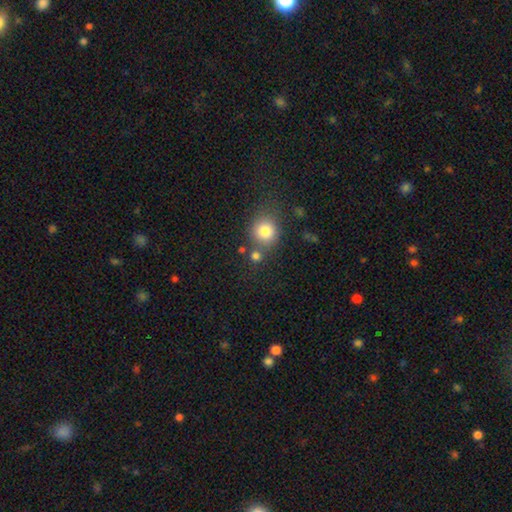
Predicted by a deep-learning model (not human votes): The model was most divided on "merging": none: 66%, merger: 20%, minor disturbance: 9%, major disturbance: 4%. More confident: how rounded — round (87%); smooth or featured — smooth (79%).